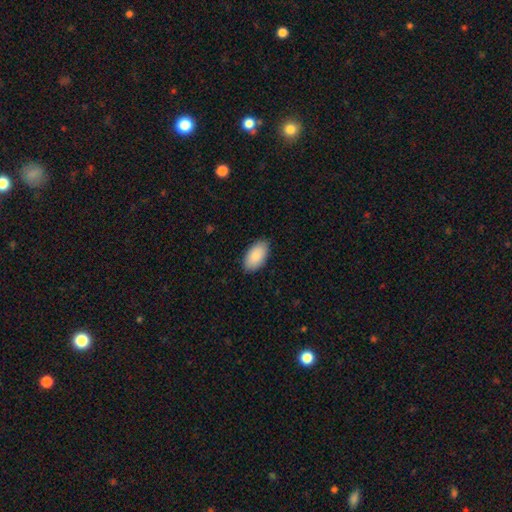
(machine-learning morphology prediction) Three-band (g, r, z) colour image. It shows a smooth galaxy with no disk features (89%) that is in between round and cigar-shaped (96%). Merging: none (87%).